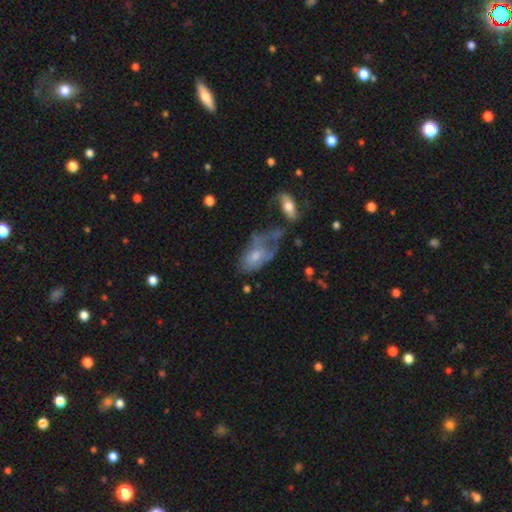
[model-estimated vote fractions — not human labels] A featured or disk galaxy (45%).

Vote fractions:
- Smooth or featured? featured or disk: 45% / smooth: 44% / star or artifact: 12%
- Merging? none: 30% / major disturbance: 26% / minor disturbance: 25% / merger: 19%